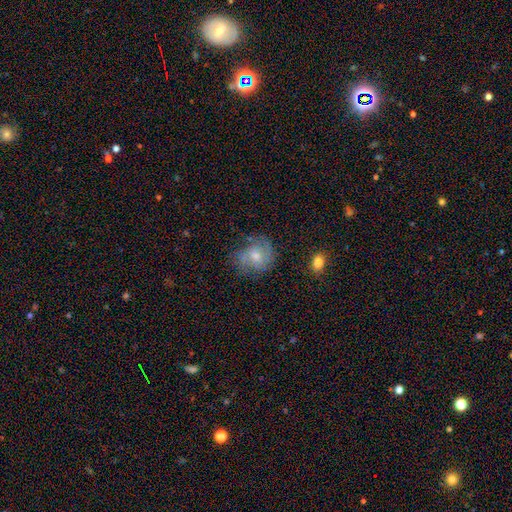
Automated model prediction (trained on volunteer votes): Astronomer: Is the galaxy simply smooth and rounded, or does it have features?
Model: featured or disk — 53% (runner-up: smooth, 35%).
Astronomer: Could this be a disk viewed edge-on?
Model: no — 97%.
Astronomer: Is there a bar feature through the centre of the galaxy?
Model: no — 66%.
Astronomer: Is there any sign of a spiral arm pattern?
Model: yes — 80%.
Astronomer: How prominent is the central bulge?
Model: moderate — 58%.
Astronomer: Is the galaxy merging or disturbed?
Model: none — 64%.